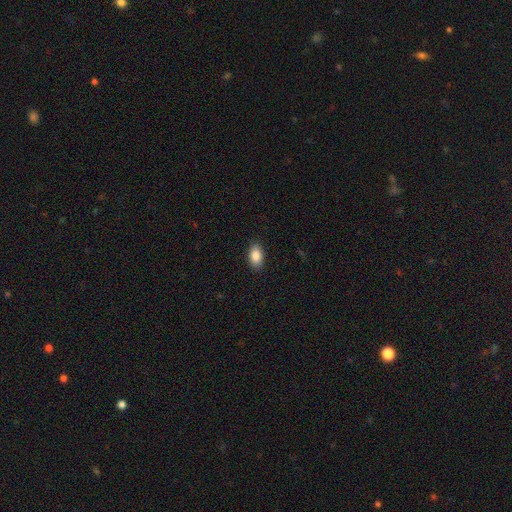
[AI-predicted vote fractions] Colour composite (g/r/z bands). It shows a smooth galaxy with no disk features (87%) that is in between round and cigar-shaped (92%). Merging: none (89%).